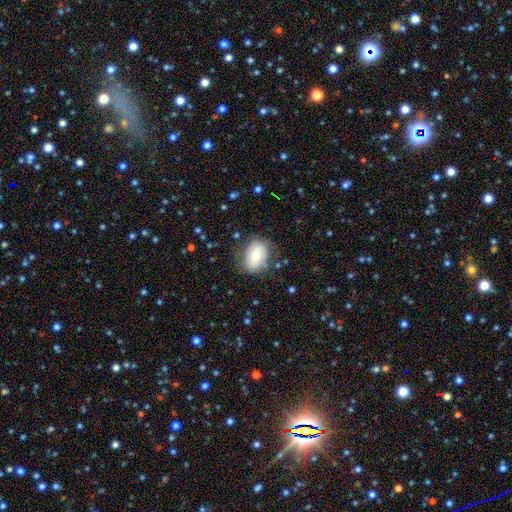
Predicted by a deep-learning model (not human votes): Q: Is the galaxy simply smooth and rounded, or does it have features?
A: smooth — 67%.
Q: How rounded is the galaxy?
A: in between — 72%.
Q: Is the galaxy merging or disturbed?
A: none — 73%.